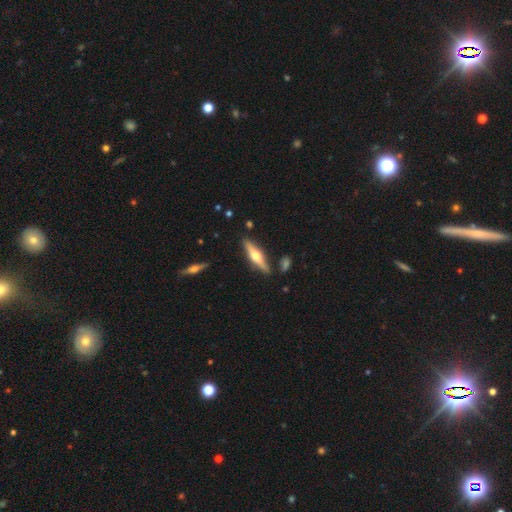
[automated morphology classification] featured or disk 68%, smooth 27%, star or artifact 5%. Down the decision tree: edge-on disk — yes (96%); edge-on bulge — rounded (94%); merging — none (86%).